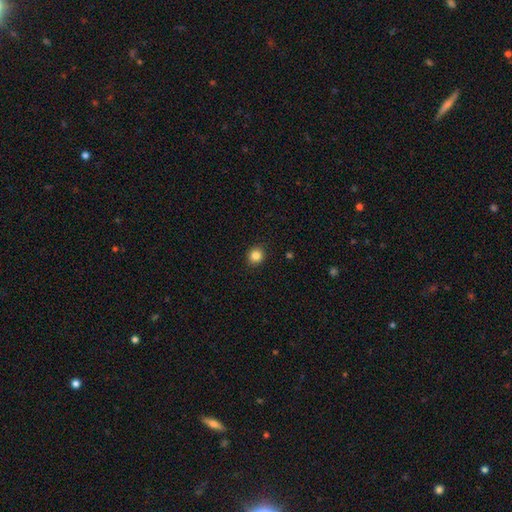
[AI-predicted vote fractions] Smooth or featured? smooth (85%)
How rounded? round (88%)
Merging? none (91%)